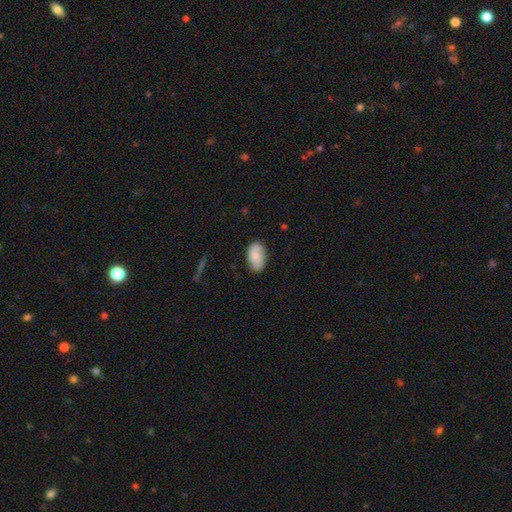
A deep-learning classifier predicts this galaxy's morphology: Smooth or featured?
  - smooth: 78% *
  - featured or disk: 15%
  - star or artifact: 7%
How rounded?
  - in between: 93% *
  - round: 5%
  - cigar-shaped: 2%
Merging?
  - none: 77% *
  - minor disturbance: 18%
  - major disturbance: 3%
  - merger: 1%